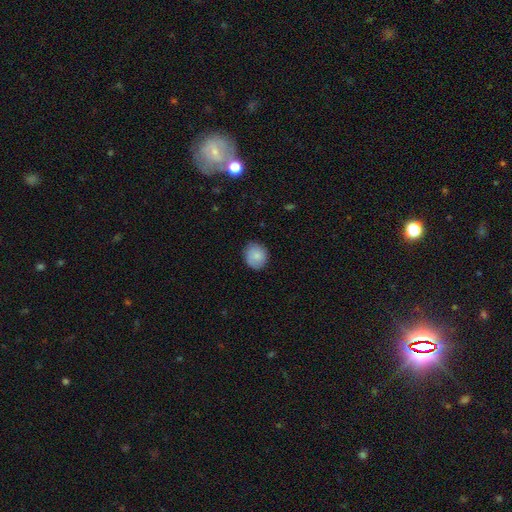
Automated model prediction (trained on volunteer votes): A smooth galaxy with no disk features (86%) that is round (75%). Merging: none (84%).